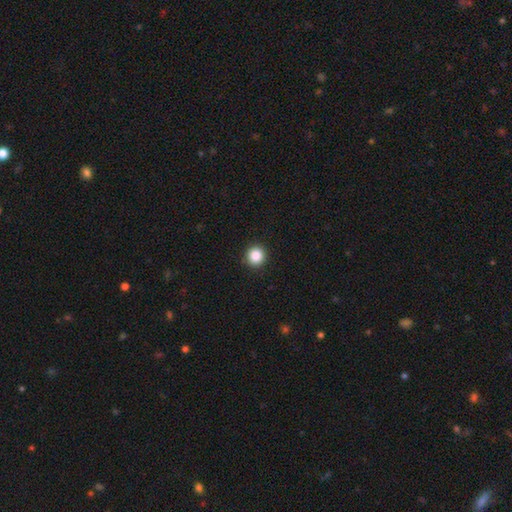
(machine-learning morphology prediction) Overall: smooth (87%). How rounded: round (93%). Merging: none (92%).